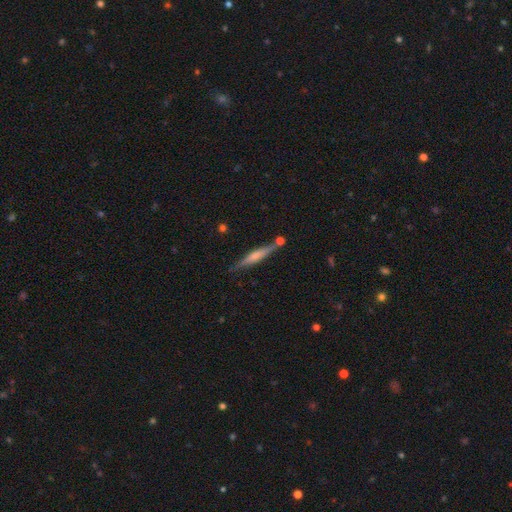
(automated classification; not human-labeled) This appears to be a featured or disk galaxy (52%) viewed edge-on (96%) with a rounded central bulge (49%). Merging: none (76%).